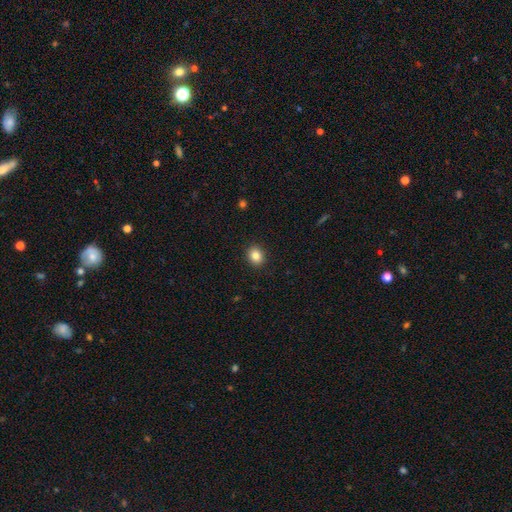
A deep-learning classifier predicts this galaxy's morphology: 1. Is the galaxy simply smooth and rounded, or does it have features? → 84% smooth, 10% star or artifact, 6% featured or disk.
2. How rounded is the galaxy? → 62% round, 37% in between, 1% cigar-shaped.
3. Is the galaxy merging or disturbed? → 91% none, 6% minor disturbance, 2% major disturbance, 1% merger.